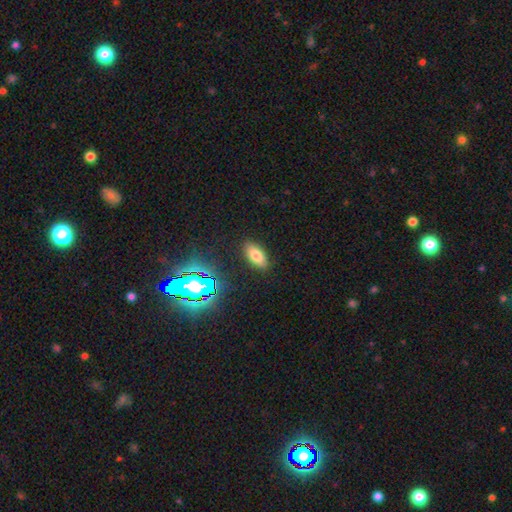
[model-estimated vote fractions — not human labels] smooth-or-featured: smooth: 73% | star or artifact: 14% | featured or disk: 12%
  how-rounded: in between: 89% | cigar-shaped: 8% | round: 4%
  merging: none: 88% | minor disturbance: 8% | major disturbance: 2% | merger: 1%